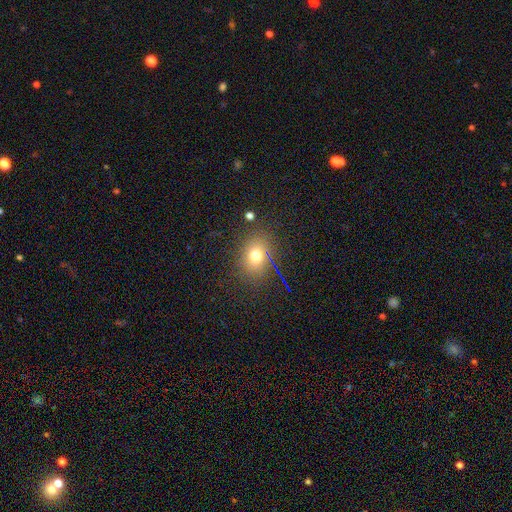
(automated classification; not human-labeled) Q: Smooth or featured?
A: smooth (72%); runner-up: star or artifact (18%)
Q: How rounded?
A: round (51%); runner-up: in between (48%)
Q: Merging?
A: none (83%); runner-up: minor disturbance (11%)